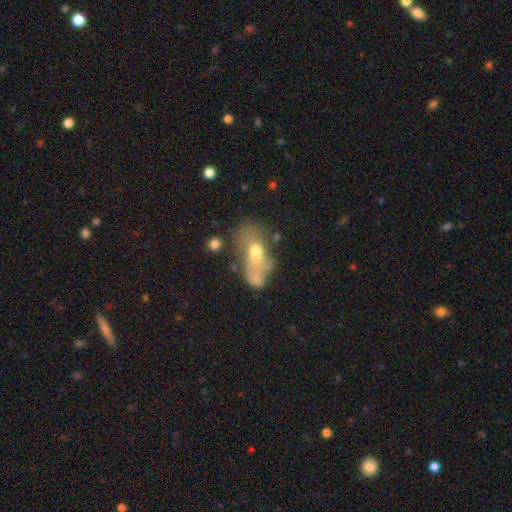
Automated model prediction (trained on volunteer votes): This is possibly a smooth galaxy (50%). Merging: marginally none (30%).